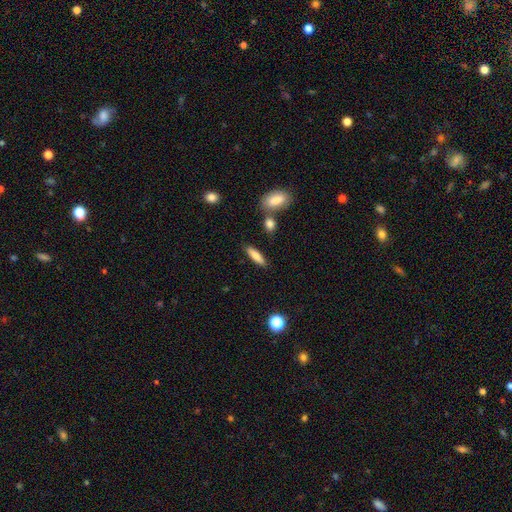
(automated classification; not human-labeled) A smooth galaxy with no disk features (79%) that is cigar-shaped (61%).

Vote fractions:
- Smooth or featured? smooth: 79% / featured or disk: 14% / star or artifact: 7%
- How rounded? cigar-shaped: 61% / in between: 36% / round: 2%
- Merging? none: 84% / minor disturbance: 9% / merger: 4% / major disturbance: 2%